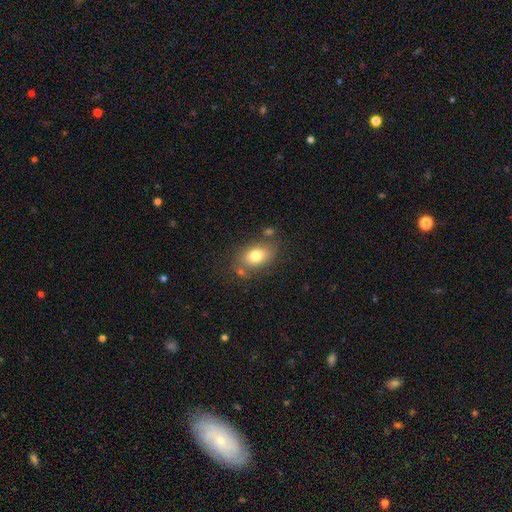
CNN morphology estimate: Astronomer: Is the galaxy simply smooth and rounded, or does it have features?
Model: smooth — 77%.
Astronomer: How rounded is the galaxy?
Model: in between — 80%.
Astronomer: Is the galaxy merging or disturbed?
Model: none — 70%.